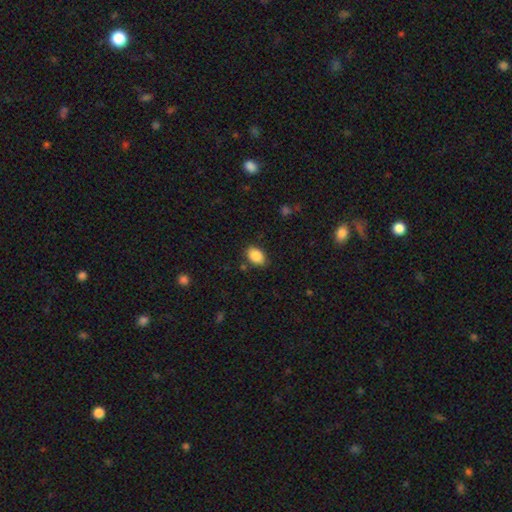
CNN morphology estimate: This is clearly a smooth galaxy (88%). How rounded: clearly in between (85%). Merging: clearly none (85%).